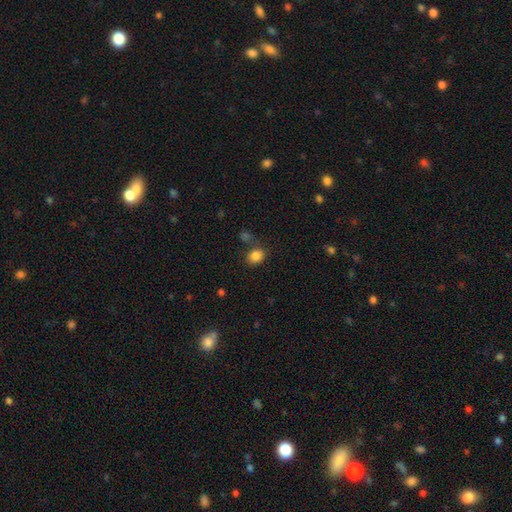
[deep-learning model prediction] Q: Smooth or featured?
A: smooth (84%); runner-up: star or artifact (11%)
Q: How rounded?
A: round (52%); runner-up: in between (47%)
Q: Merging?
A: none (70%); runner-up: minor disturbance (14%)